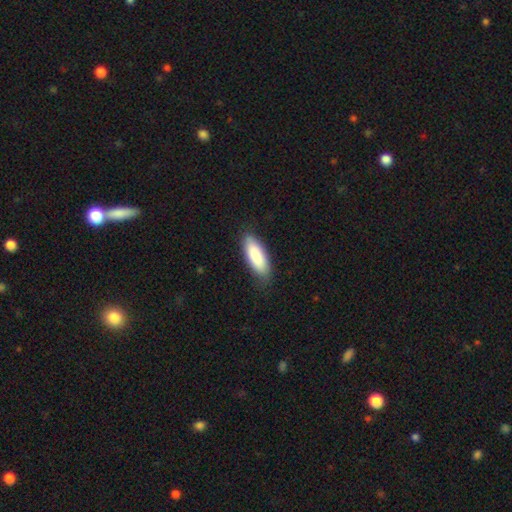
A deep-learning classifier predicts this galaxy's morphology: smooth_or_featured: smooth (p=0.87) [alt: featured or disk p=0.08]
how_rounded: in between (p=0.70) [alt: cigar-shaped p=0.28]
merging: none (p=0.82) [alt: minor disturbance p=0.14]